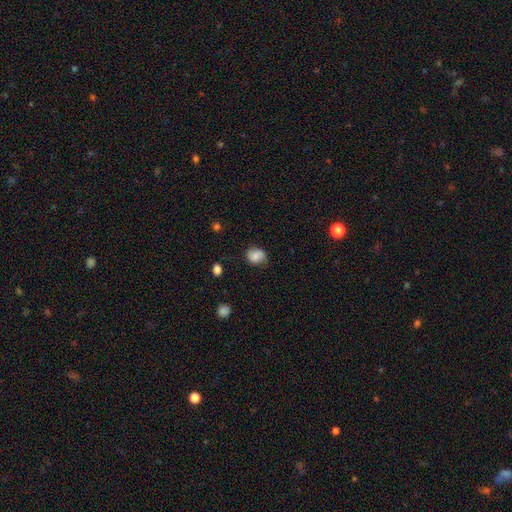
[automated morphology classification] smooth_or_featured: smooth (p=0.66) [alt: featured or disk p=0.24]
how_rounded: round (p=0.63) [alt: in between p=0.36]
merging: none (p=0.69) [alt: minor disturbance p=0.23]